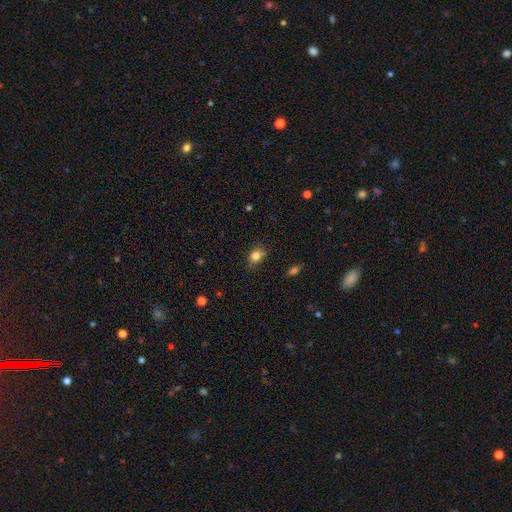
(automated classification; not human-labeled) Overall: smooth (80%). How rounded: in between (52%; round 46%). Merging: none (72%).